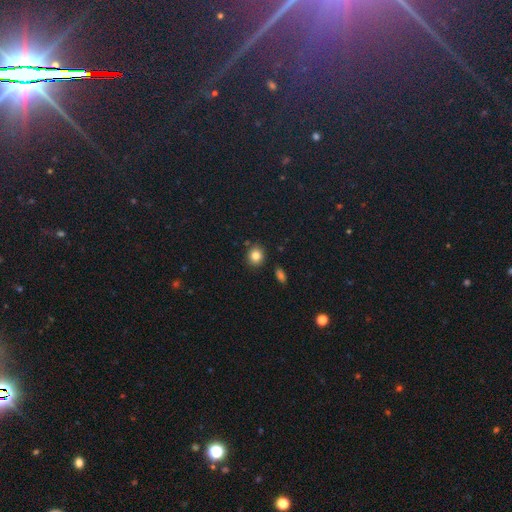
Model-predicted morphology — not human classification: type=smooth (83%); roundness=round (79%); merging=none (85%).